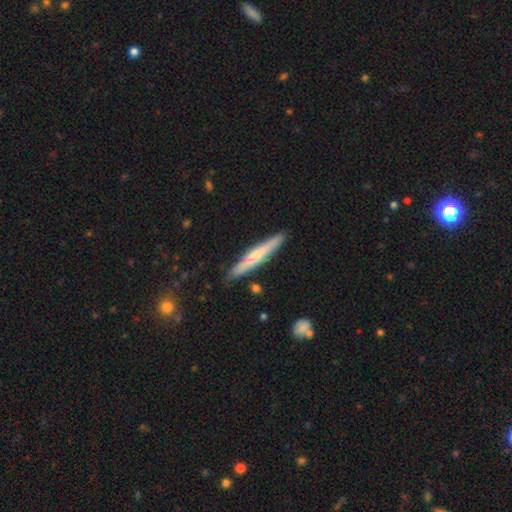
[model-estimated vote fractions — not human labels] Morphology: type=featured or disk (49%); merging=none (88%).